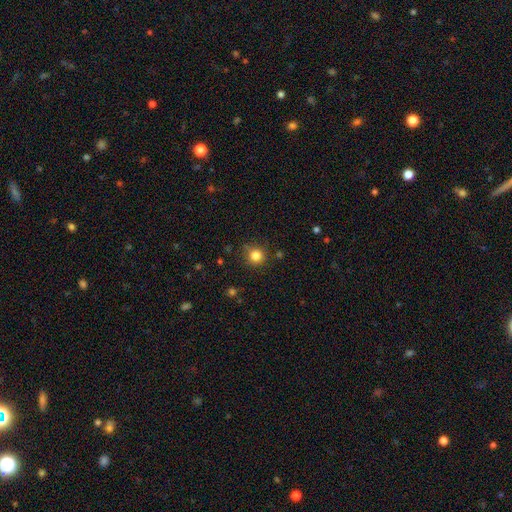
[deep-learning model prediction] This is clearly a smooth galaxy (83%). How rounded: clearly round (92%). Merging: clearly none (83%).